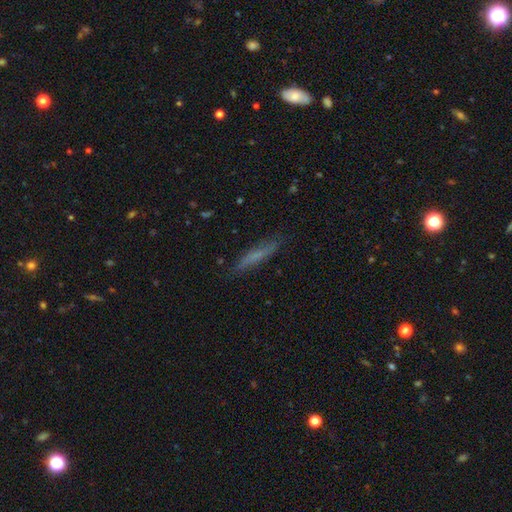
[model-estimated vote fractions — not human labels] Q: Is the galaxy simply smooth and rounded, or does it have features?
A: smooth — 58%.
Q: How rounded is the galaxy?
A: cigar-shaped — 90%.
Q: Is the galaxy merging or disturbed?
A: none — 82%.